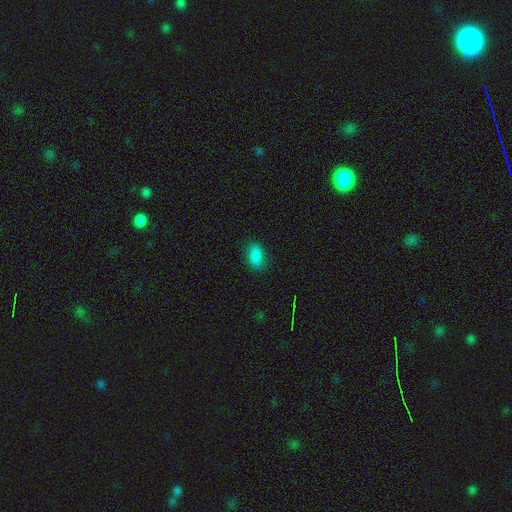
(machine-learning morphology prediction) smooth 86%, star or artifact 10%, featured or disk 5%. Down the decision tree: how rounded — in between (89%); merging — none (83%).